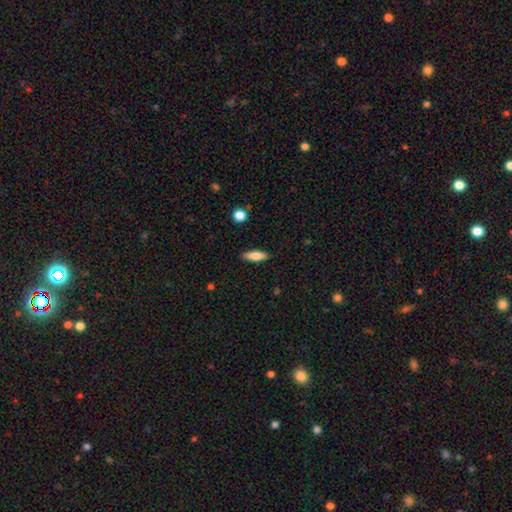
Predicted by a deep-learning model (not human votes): A smooth galaxy with no disk features (77%) that is in between round and cigar-shaped (53%). Merging: none (88%).